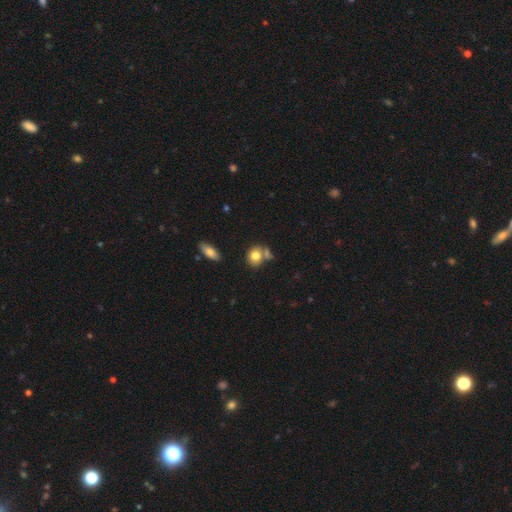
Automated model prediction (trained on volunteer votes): Smooth or featured? smooth (79%)
How rounded? round (60%)
Merging? none (54%)